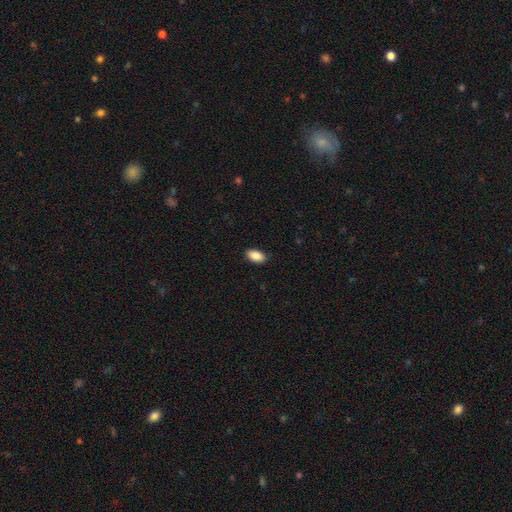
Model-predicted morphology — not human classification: Smooth or featured? Predicted: smooth (p=0.89). How rounded? Predicted: in between (p=0.93). Merging? Predicted: none (p=0.85).